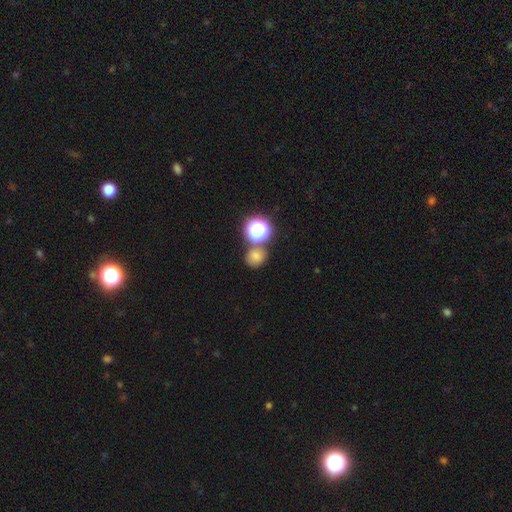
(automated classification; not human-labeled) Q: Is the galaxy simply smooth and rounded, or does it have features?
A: smooth — 73%.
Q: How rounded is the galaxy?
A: round — 79%.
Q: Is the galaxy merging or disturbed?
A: none — 66%.